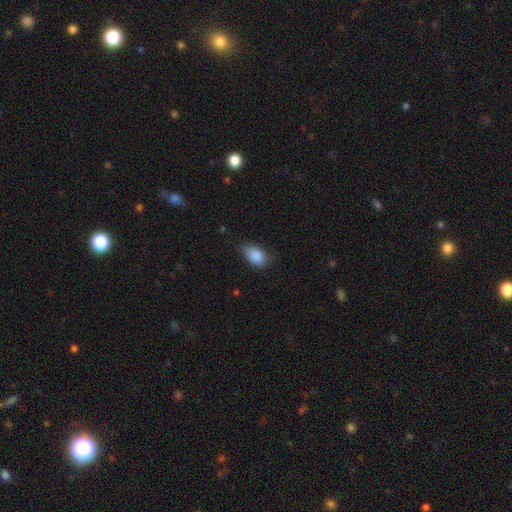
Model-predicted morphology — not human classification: type=smooth (87%); roundness=in between (90%); merging=none (66%).